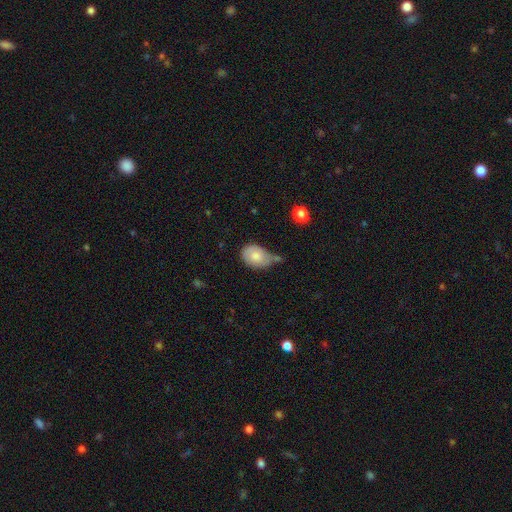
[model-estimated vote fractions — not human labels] smooth_or_featured: smooth (p=0.77) [alt: featured or disk p=0.16]
how_rounded: in between (p=0.75) [alt: round p=0.24]
merging: none (p=0.39) [alt: minor disturbance p=0.34]